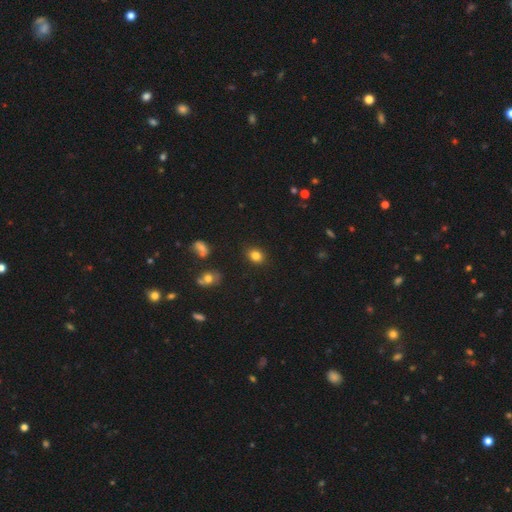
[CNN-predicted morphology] The model was most divided on "how rounded": in between: 53%, round: 46%, cigar-shaped: 1%. More confident: merging — none (87%); smooth or featured — smooth (82%).